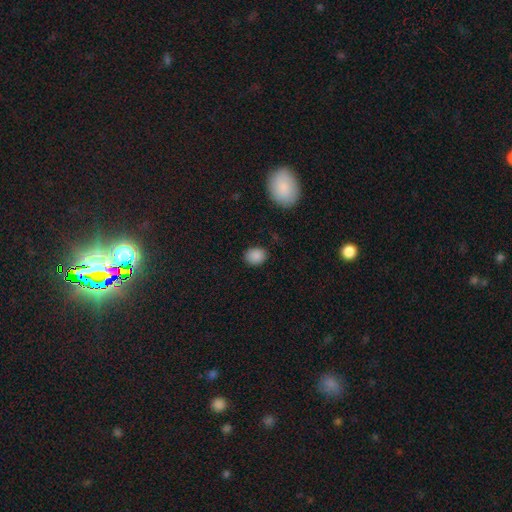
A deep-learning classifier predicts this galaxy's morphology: A smooth galaxy with no disk features (86%) that is round (50%).

Vote fractions:
- Smooth or featured? smooth: 86% / star or artifact: 10% / featured or disk: 4%
- How rounded? round: 50% / in between: 49% / cigar-shaped: 1%
- Merging? none: 84% / minor disturbance: 11% / major disturbance: 3% / merger: 1%